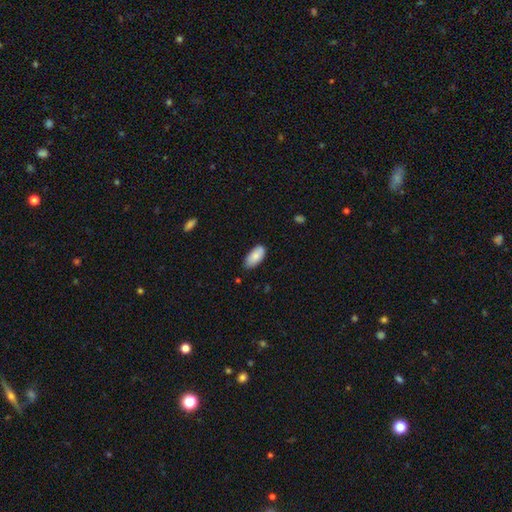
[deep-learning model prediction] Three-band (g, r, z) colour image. It shows a smooth galaxy with no disk features (83%) that is in between round and cigar-shaped (93%). Merging: none (77%).